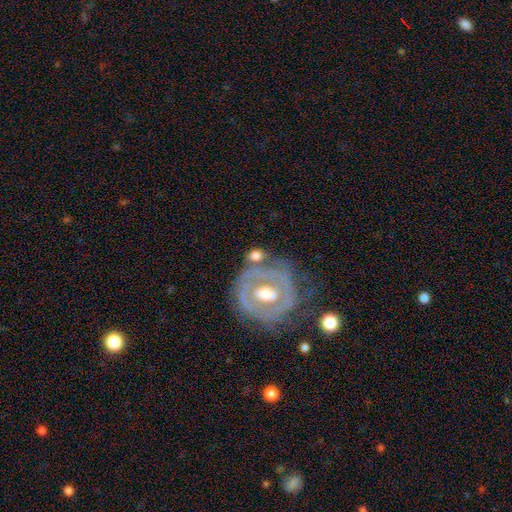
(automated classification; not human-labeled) The model was most divided on "smooth or featured": smooth: 48%, featured or disk: 45%, star or artifact: 8%. More confident: merging — none (54%).